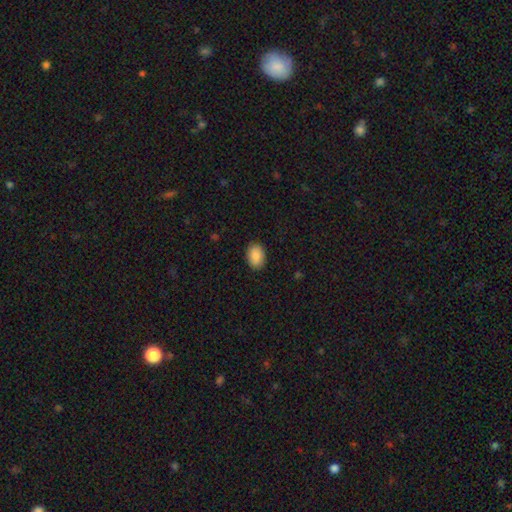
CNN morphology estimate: The model was most divided on "how rounded": in between: 84%, round: 15%, cigar-shaped: 1%. More confident: smooth or featured — smooth (90%); merging — none (89%).